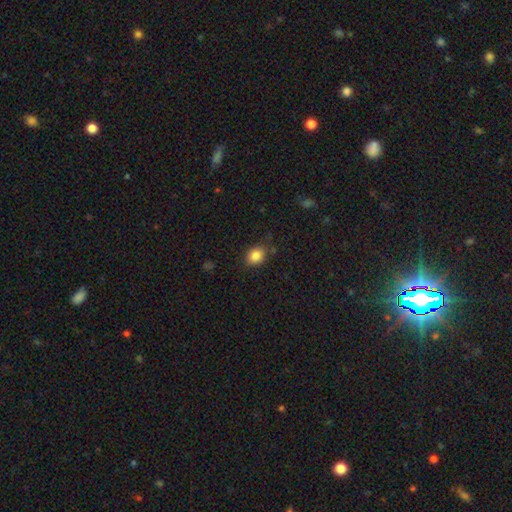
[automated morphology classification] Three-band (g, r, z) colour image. It shows a smooth galaxy with no disk features (85%) that is in between round and cigar-shaped (54%). Merging: none (81%).